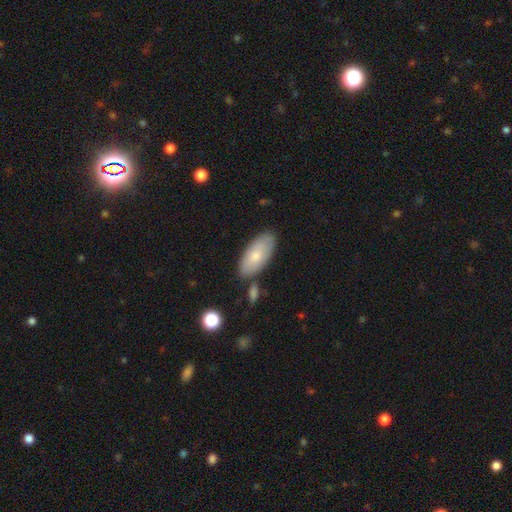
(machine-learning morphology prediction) smooth 75%, featured or disk 20%, star or artifact 6%. Down the decision tree: how rounded — in between (90%); merging — none (75%).